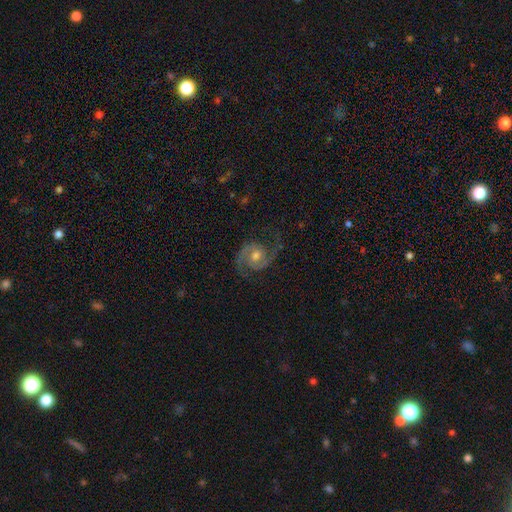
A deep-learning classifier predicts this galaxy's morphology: Q: Smooth or featured?
A: featured or disk (88%); runner-up: smooth (6%)
Q: Edge-on disk?
A: no (98%); runner-up: yes (2%)
Q: Bar?
A: no (64%); runner-up: weak (30%)
Q: Spiral arms?
A: yes (98%); runner-up: no (2%)
Q: Spiral winding?
A: medium (55%); runner-up: tight (25%)
Q: Spiral arm count?
A: 2 (93%); runner-up: can't tell (2%)
Q: Bulge size?
A: moderate (70%); runner-up: small (20%)
Q: Merging?
A: none (77%); runner-up: minor disturbance (15%)